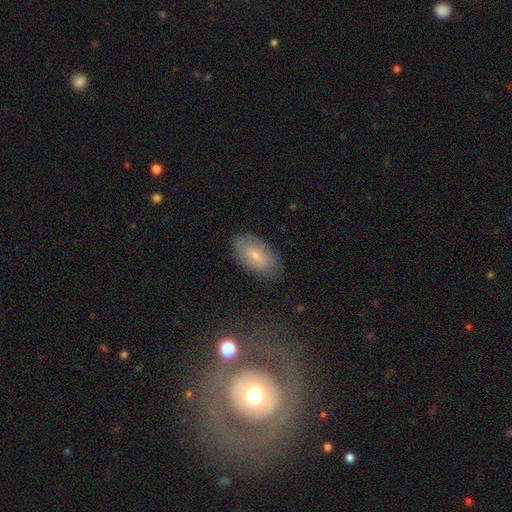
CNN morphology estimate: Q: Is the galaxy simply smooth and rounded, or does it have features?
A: smooth — 59%.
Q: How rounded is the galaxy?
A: in between — 93%.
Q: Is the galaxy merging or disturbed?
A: none — 80%.